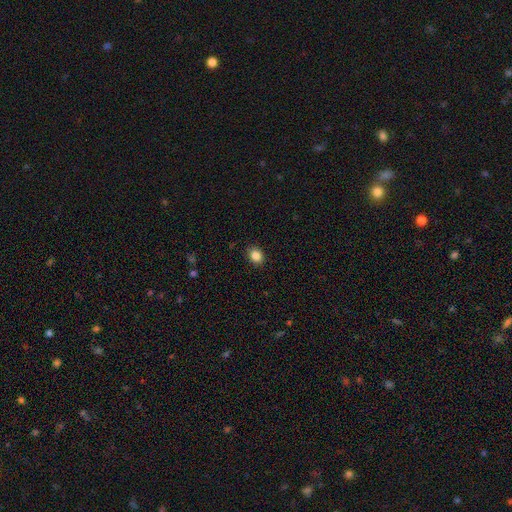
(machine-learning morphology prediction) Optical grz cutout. It shows a smooth galaxy with no disk features (86%) that is in between round and cigar-shaped (54%). Merging: none (88%).